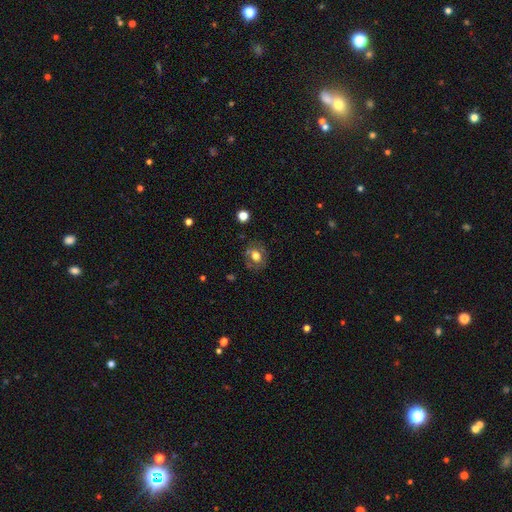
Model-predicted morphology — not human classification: A smooth galaxy with no disk features (54%) that is round (52%). Merging: none (74%).